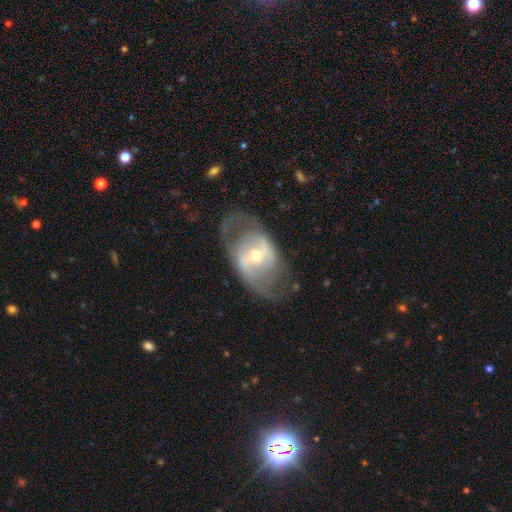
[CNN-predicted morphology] Q: Smooth or featured?
A: featured or disk (80%); runner-up: smooth (14%)
Q: Edge-on disk?
A: no (94%); runner-up: yes (6%)
Q: Bar?
A: weak (41%); runner-up: strong (34%)
Q: Spiral arms?
A: yes (77%); runner-up: no (23%)
Q: Spiral winding?
A: medium (46%); runner-up: loose (31%)
Q: Spiral arm count?
A: 2 (81%); runner-up: can't tell (13%)
Q: Bulge size?
A: moderate (47%); tied with: small (47%)
Q: Merging?
A: none (67%); runner-up: minor disturbance (17%)